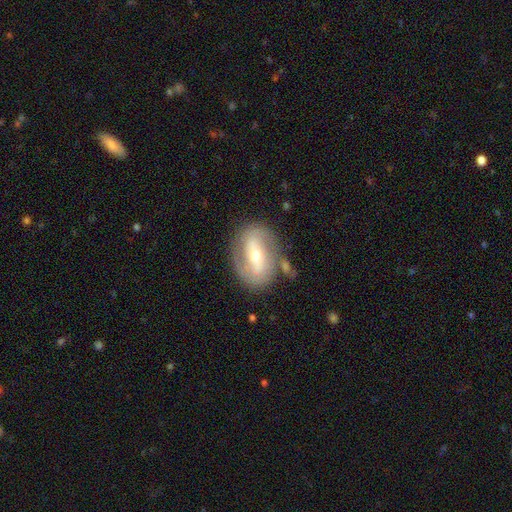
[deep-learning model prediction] Q: Smooth or featured?
A: featured or disk (74%); runner-up: smooth (19%)
Q: Edge-on disk?
A: no (94%); runner-up: yes (6%)
Q: Bar?
A: strong (42%); runner-up: weak (34%)
Q: Spiral arms?
A: yes (75%); runner-up: no (25%)
Q: Spiral winding?
A: medium (41%); runner-up: tight (33%)
Q: Spiral arm count?
A: 2 (82%); runner-up: can't tell (11%)
Q: Bulge size?
A: moderate (55%); runner-up: small (41%)
Q: Merging?
A: none (76%); runner-up: minor disturbance (14%)